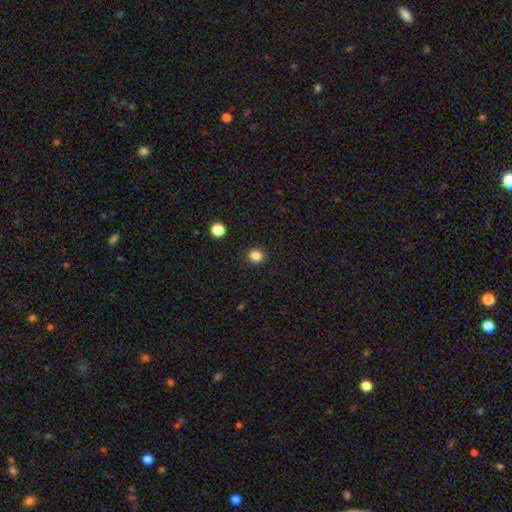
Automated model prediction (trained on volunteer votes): Smooth or featured? smooth (83%)
How rounded? round (87%)
Merging? none (92%)